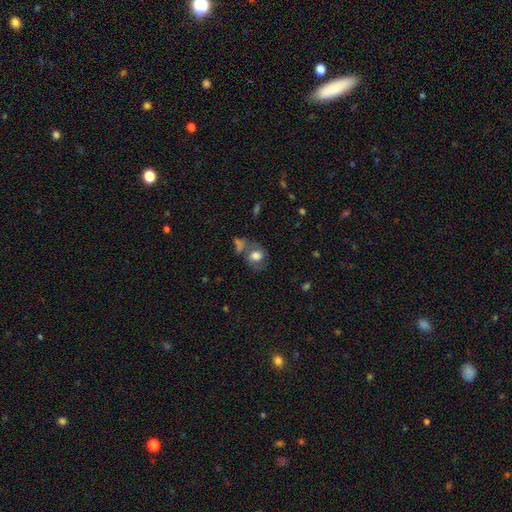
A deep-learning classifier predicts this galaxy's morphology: The model was most divided on "how rounded": round: 60%, in between: 39%, cigar-shaped: 1%. Remaining: smooth or featured — smooth (61%); merging — none (49%).